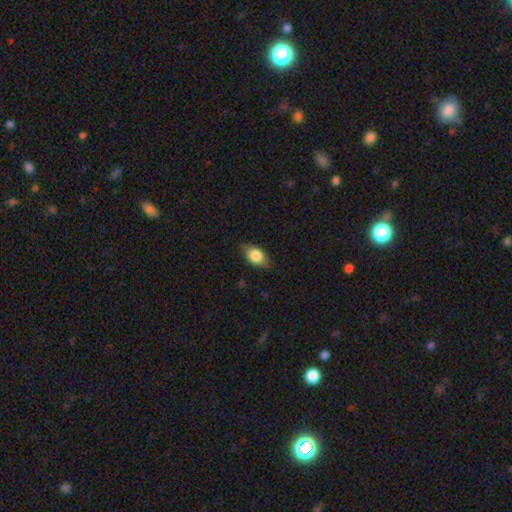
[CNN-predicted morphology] This appears to be a smooth galaxy with no disk features (80%) that is in between round and cigar-shaped (85%). Merging: none (80%).